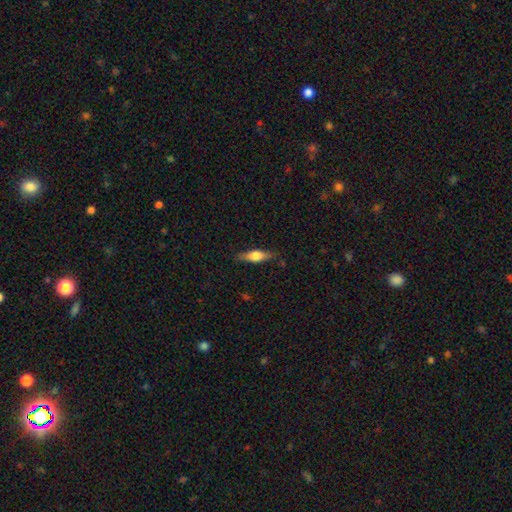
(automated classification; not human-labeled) Morphology: type=smooth (55%); roundness=cigar-shaped (51%); merging=none (82%).